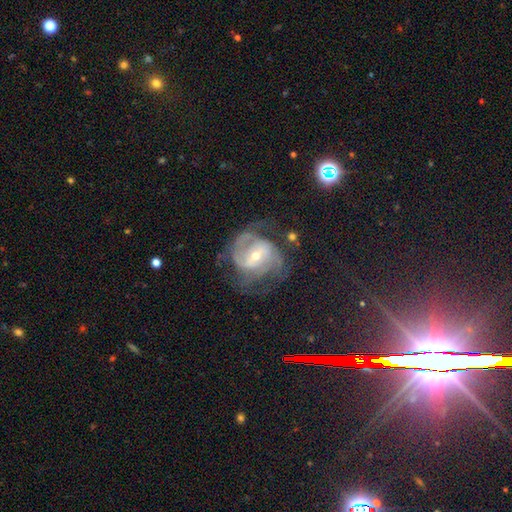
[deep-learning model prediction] Q: Smooth or featured?
A: featured or disk (85%); runner-up: smooth (8%)
Q: Edge-on disk?
A: no (97%); runner-up: yes (3%)
Q: Bar?
A: weak (43%); runner-up: no (35%)
Q: Spiral arms?
A: yes (93%); runner-up: no (7%)
Q: Spiral winding?
A: medium (46%); runner-up: tight (36%)
Q: Spiral arm count?
A: 2 (45%); runner-up: can't tell (21%)
Q: Bulge size?
A: small (54%); runner-up: moderate (42%)
Q: Merging?
A: none (56%); runner-up: major disturbance (22%)